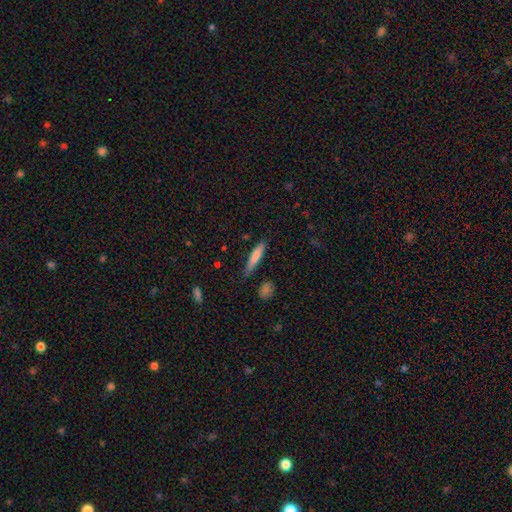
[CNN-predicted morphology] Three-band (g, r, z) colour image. It shows a smooth galaxy with no disk features (71%) that is cigar-shaped (86%). Merging: none (76%).